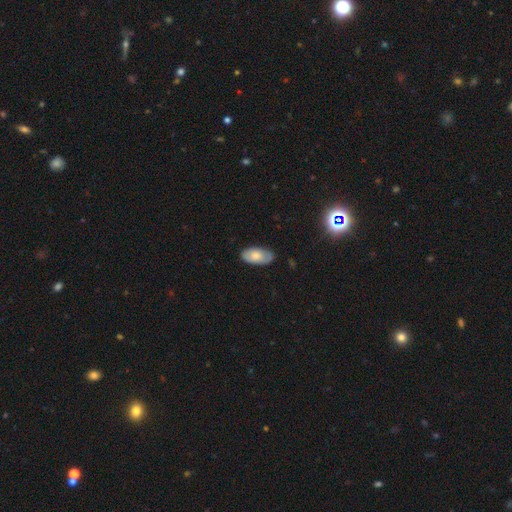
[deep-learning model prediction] This appears to be a smooth galaxy with no disk features (70%) that is in between round and cigar-shaped (95%). Merging: none (80%).